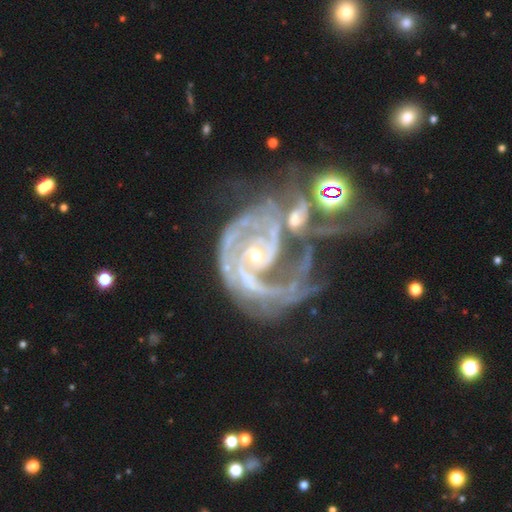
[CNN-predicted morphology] Smooth or featured: featured or disk — 91% (star or artifact — 6%)
Edge-on disk: no — 98% (yes — 2%)
Bar: no — 62% (weak — 28%)
Spiral arms: yes — 96% (no — 4%)
Spiral winding: tight — 46% (medium — 40%)
Spiral arm count: 2 — 51% (can't tell — 16%)
Bulge size: small — 70% (moderate — 24%)
Merging: merger — 37% (major disturbance — 32%)